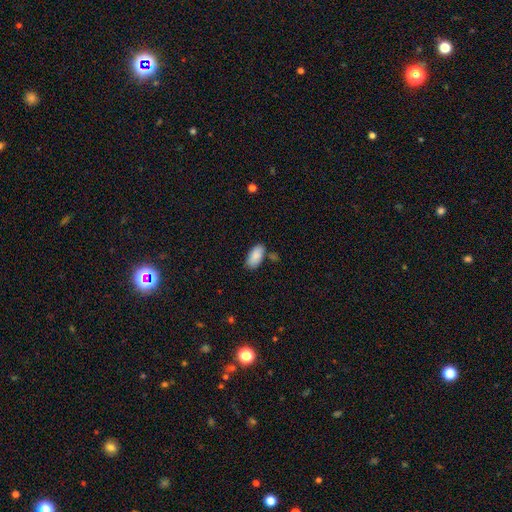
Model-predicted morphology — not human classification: This is clearly a smooth galaxy (89%). How rounded: clearly in between (93%). Merging: likely none (73%).